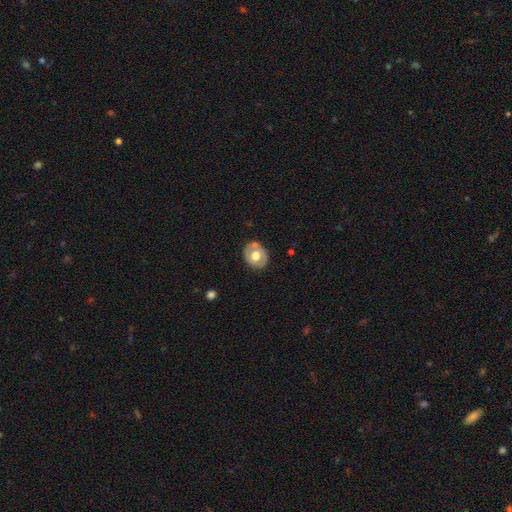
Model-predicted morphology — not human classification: featured or disk 47% (tied), smooth 47% (tied), star or artifact 6%. Down the decision tree: merging — none (75%).